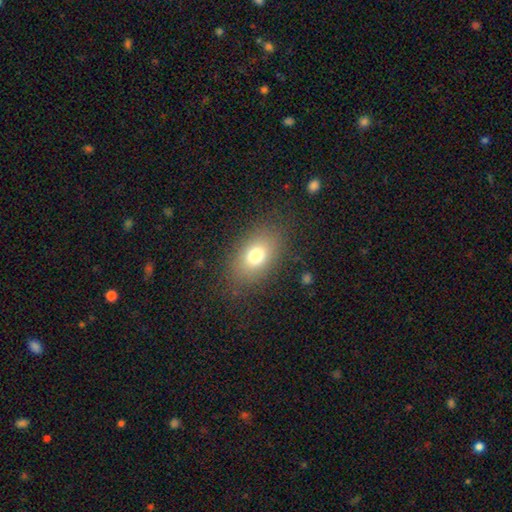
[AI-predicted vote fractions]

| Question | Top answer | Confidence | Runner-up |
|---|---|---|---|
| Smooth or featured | smooth | 75% | featured or disk (13%) |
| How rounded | in between | 80% | round (18%) |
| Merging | none | 83% | minor disturbance (11%) |